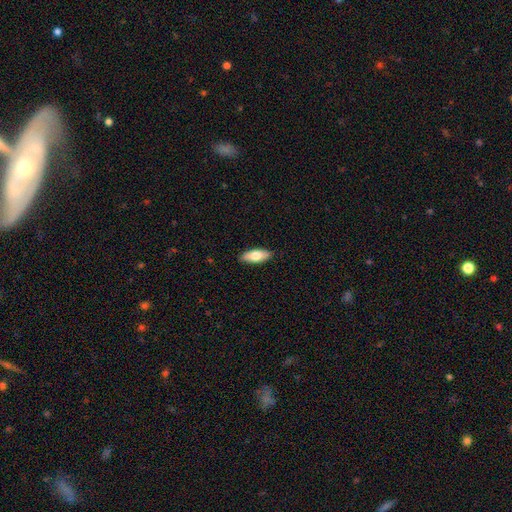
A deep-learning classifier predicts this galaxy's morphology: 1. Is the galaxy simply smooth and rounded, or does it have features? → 73% smooth, 21% featured or disk, 6% star or artifact.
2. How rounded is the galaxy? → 75% in between, 23% cigar-shaped, 2% round.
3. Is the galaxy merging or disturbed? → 88% none, 9% minor disturbance, 2% major disturbance, 1% merger.